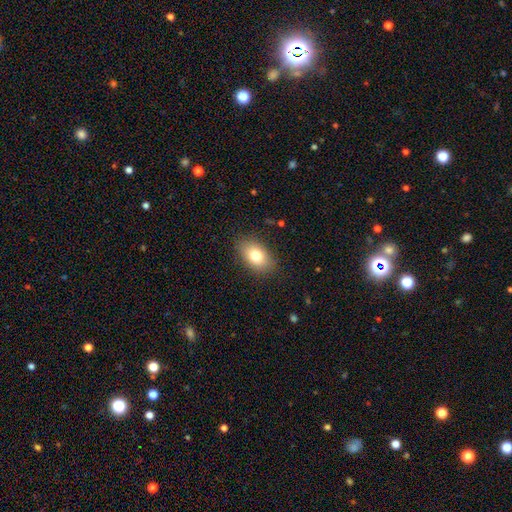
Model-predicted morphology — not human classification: smooth-or-featured: smooth: 79% | featured or disk: 13% | star or artifact: 9%
  how-rounded: in between: 87% | round: 11% | cigar-shaped: 2%
  merging: none: 85% | minor disturbance: 11% | major disturbance: 3% | merger: 1%